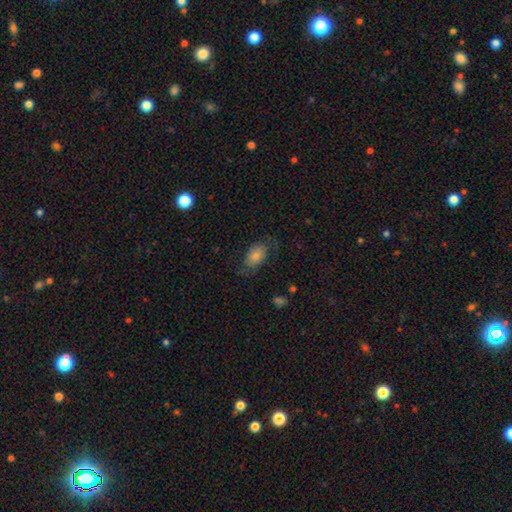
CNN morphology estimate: A smooth galaxy with no disk features (67%) that is in between round and cigar-shaped (84%). Merging: none (62%).